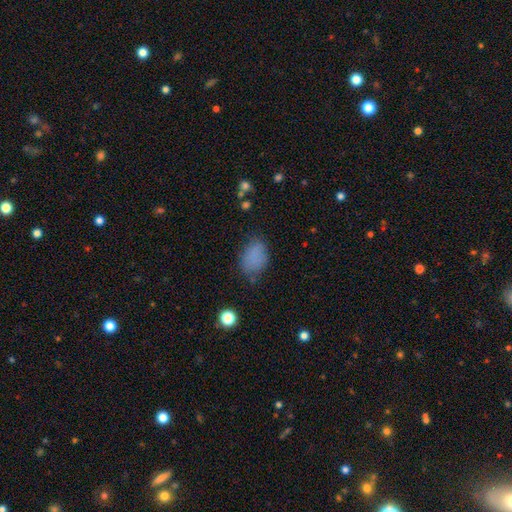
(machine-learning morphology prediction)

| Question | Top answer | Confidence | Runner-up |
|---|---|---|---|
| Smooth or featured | smooth | 81% | star or artifact (12%) |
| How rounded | in between | 81% | round (17%) |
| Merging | none | 65% | minor disturbance (24%) |